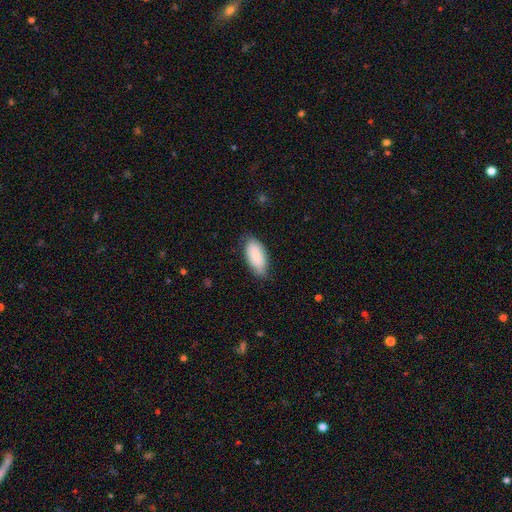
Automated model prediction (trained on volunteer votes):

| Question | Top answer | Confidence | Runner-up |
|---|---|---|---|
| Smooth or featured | smooth | 86% | featured or disk (8%) |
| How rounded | in between | 91% | cigar-shaped (7%) |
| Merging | none | 75% | minor disturbance (20%) |